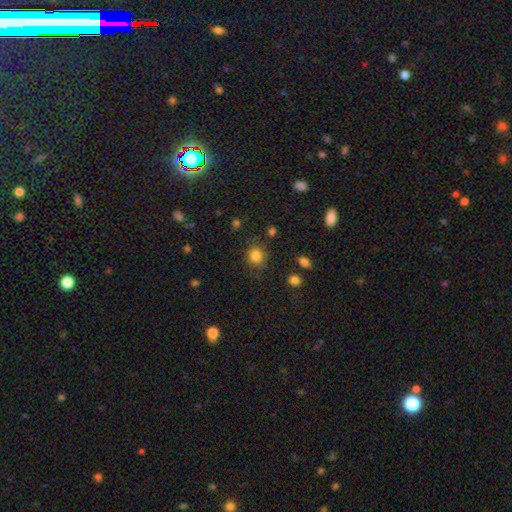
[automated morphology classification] The model was most divided on "merging": none: 79%, minor disturbance: 14%, major disturbance: 5%, merger: 3%. More confident: how rounded — round (83%); smooth or featured — smooth (83%).